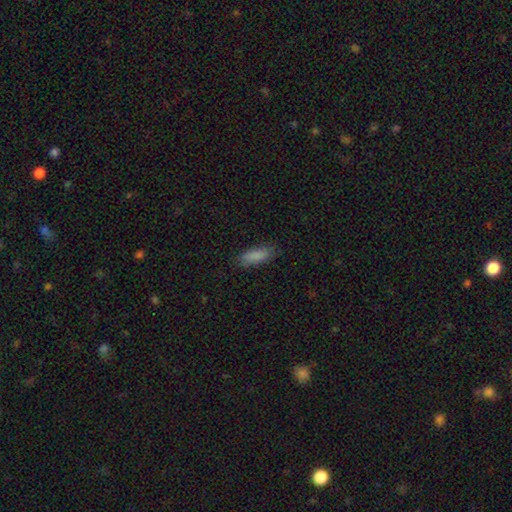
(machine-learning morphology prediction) smooth 87%, star or artifact 7%, featured or disk 6%. Down the decision tree: how rounded — in between (64%); merging — none (81%).